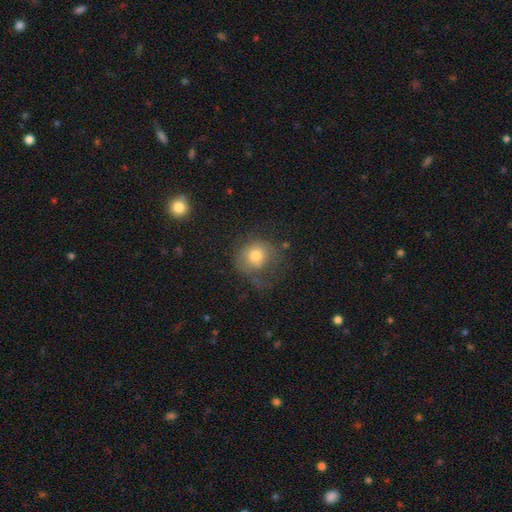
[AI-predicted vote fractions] smooth 70%, featured or disk 20%, star or artifact 10%. Down the decision tree: how rounded — round (78%); merging — none (45%).